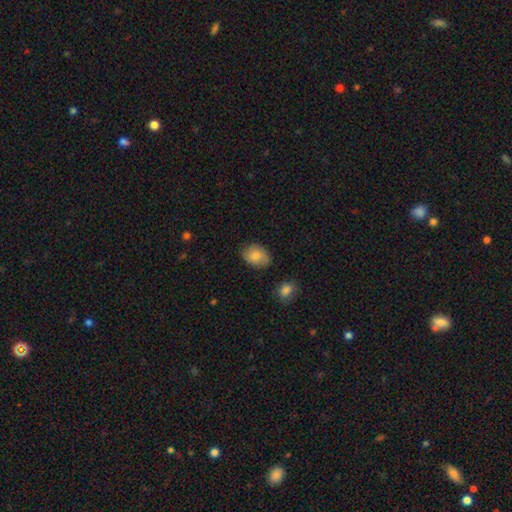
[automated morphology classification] Smooth or featured? smooth (82%)
How rounded? in between (72%)
Merging? none (76%)